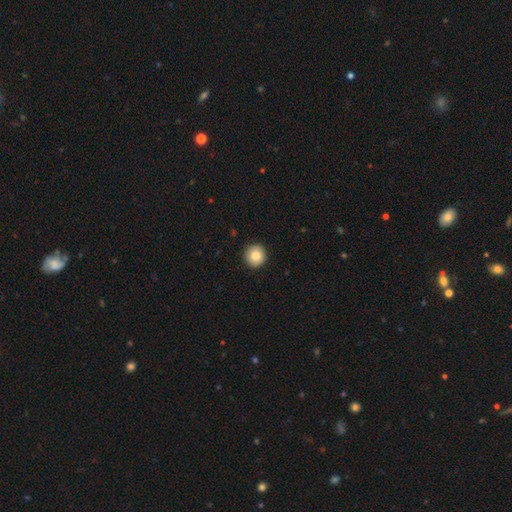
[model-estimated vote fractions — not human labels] smooth_or_featured: smooth (p=0.87) [alt: star or artifact p=0.08]
how_rounded: round (p=0.94) [alt: in between p=0.05]
merging: none (p=0.91) [alt: minor disturbance p=0.06]